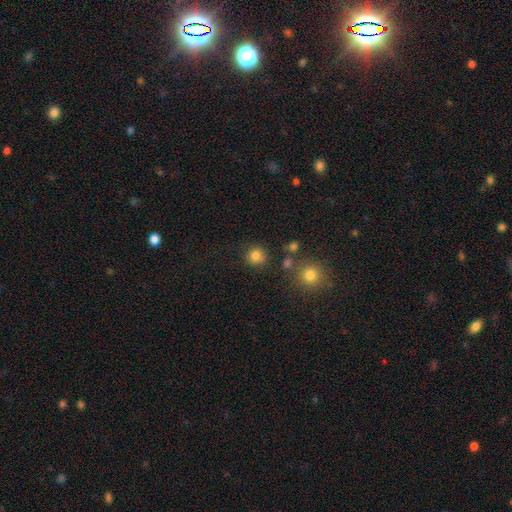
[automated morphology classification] Q: Smooth or featured?
A: smooth (81%); runner-up: star or artifact (13%)
Q: How rounded?
A: round (92%); runner-up: in between (7%)
Q: Merging?
A: none (84%); runner-up: minor disturbance (8%)